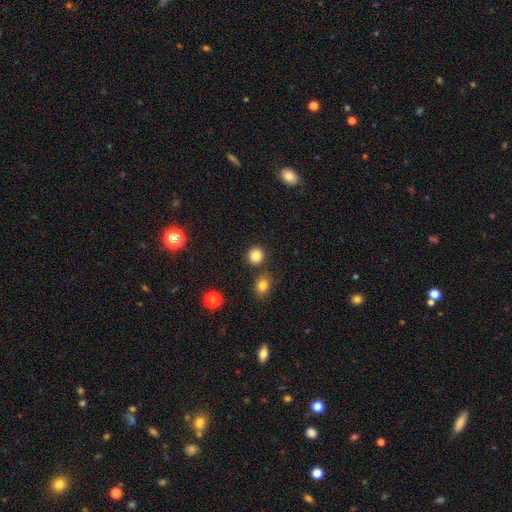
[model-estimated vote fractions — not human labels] This is clearly a smooth galaxy (84%). How rounded: clearly round (90%). Merging: clearly none (83%).